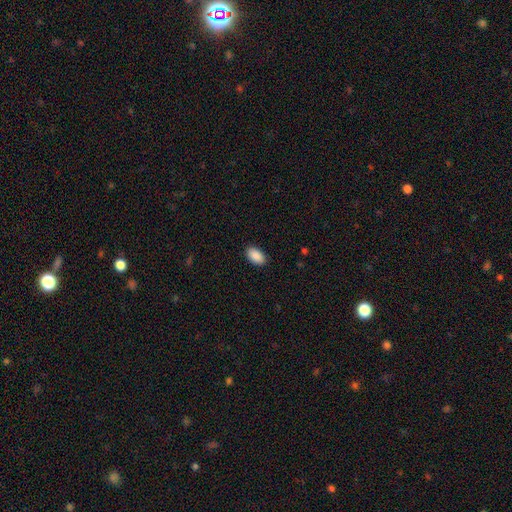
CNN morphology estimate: Overall: smooth (91%). How rounded: in between (94%). Merging: none (89%).